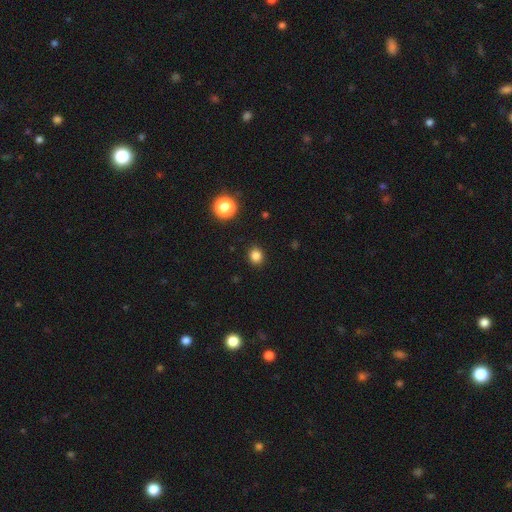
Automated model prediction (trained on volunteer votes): smooth-or-featured: smooth: 83% | star or artifact: 14% | featured or disk: 4%
  how-rounded: round: 76% | in between: 23% | cigar-shaped: 1%
  merging: none: 90% | minor disturbance: 6% | major disturbance: 2% | merger: 1%